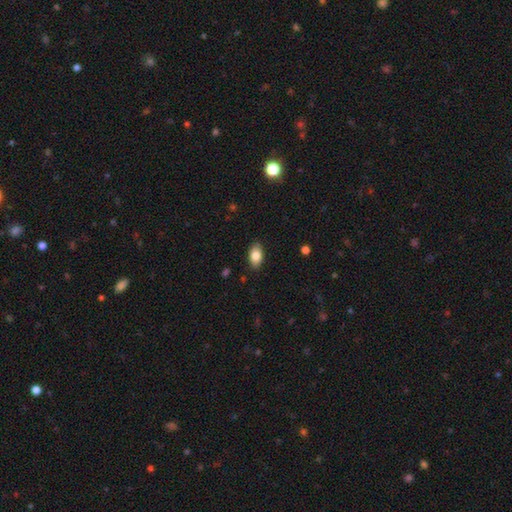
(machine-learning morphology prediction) smooth_or_featured: smooth (p=0.84) [alt: featured or disk p=0.08]
how_rounded: in between (p=0.91) [alt: round p=0.06]
merging: none (p=0.87) [alt: minor disturbance p=0.10]